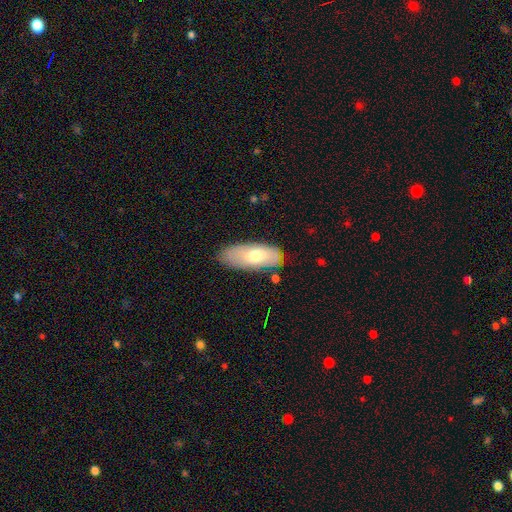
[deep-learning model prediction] Morphology: type=smooth (61%); roundness=in between (81%); merging=none (76%).